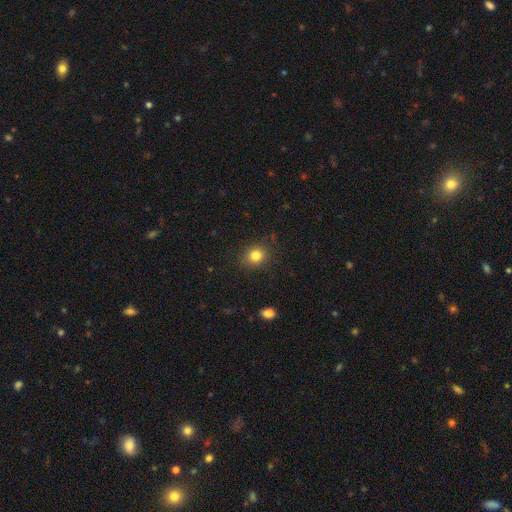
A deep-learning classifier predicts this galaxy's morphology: Smooth or featured?
  - smooth: 82% *
  - star or artifact: 12%
  - featured or disk: 6%
How rounded?
  - round: 73% *
  - in between: 26%
  - cigar-shaped: 1%
Merging?
  - none: 87% *
  - minor disturbance: 9%
  - major disturbance: 3%
  - merger: 1%